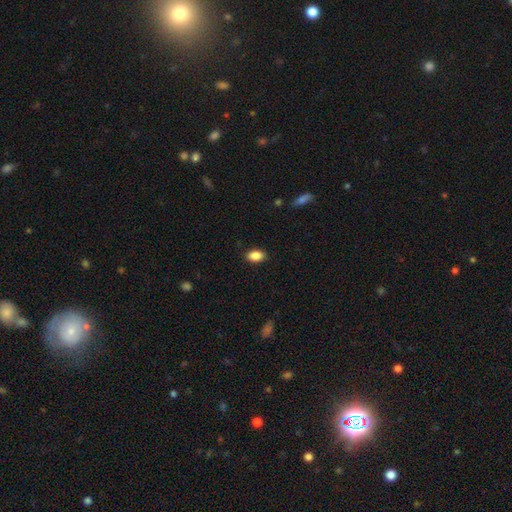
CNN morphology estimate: Smooth or featured? Predicted: smooth (p=0.88). How rounded? Predicted: in between (p=0.90). Merging? Predicted: none (p=0.88).